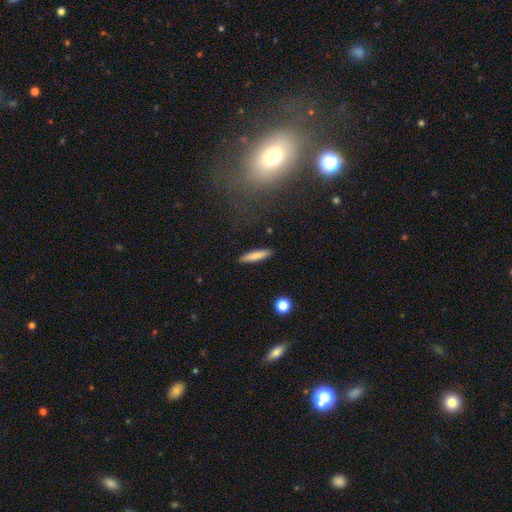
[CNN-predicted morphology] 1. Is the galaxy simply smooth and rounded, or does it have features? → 83% smooth, 11% featured or disk, 6% star or artifact.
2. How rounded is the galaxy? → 82% cigar-shaped, 17% in between, 2% round.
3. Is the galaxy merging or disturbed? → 90% none, 7% minor disturbance, 2% major disturbance, 1% merger.